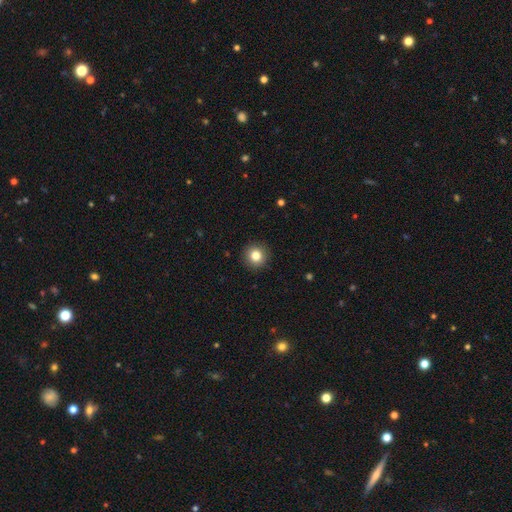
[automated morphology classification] Q: Smooth or featured?
A: smooth (82%); runner-up: star or artifact (11%)
Q: How rounded?
A: round (94%); runner-up: in between (5%)
Q: Merging?
A: none (92%); runner-up: minor disturbance (5%)